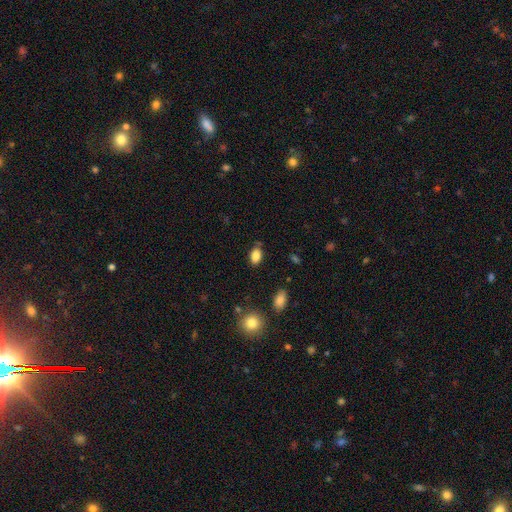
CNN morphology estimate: A smooth galaxy with no disk features (85%) that is in between round and cigar-shaped (87%). Merging: none (78%).